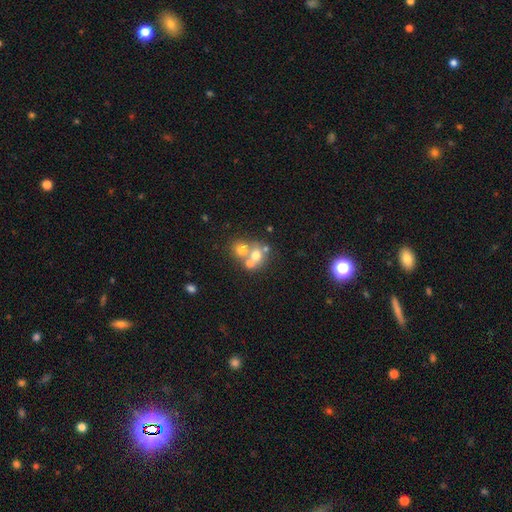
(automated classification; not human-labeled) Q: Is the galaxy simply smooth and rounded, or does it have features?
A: smooth — 58%.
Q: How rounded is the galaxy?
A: round — 76%.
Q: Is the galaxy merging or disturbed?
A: merger — 55%.